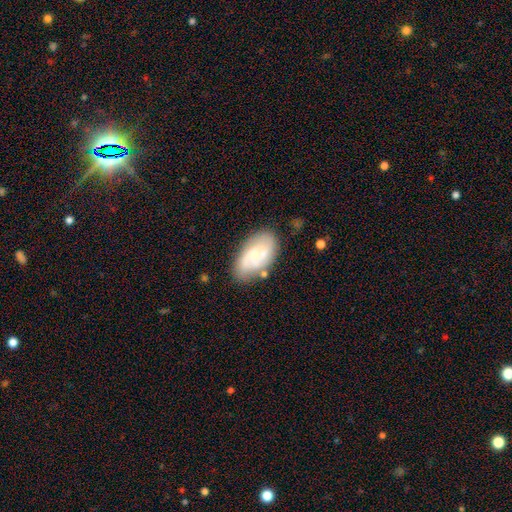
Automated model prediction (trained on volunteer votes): smooth_or_featured: featured or disk (p=0.54) [alt: smooth p=0.39]
disk_edge_on: no (p=0.96) [alt: yes p=0.04]
bar: no (p=0.60) [alt: weak p=0.33]
has_spiral_arms: yes (p=0.82) [alt: no p=0.18]
bulge_size: small (p=0.55) [alt: moderate p=0.23]
merging: none (p=0.69) [alt: minor disturbance p=0.19]